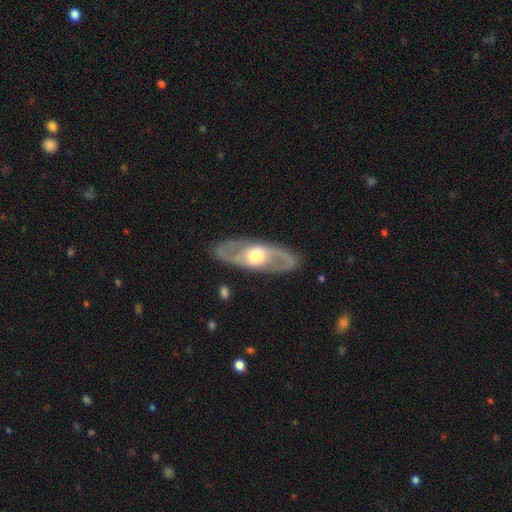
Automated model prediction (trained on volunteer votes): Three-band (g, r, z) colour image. It shows a featured or disk galaxy (76%) with no bar (70%), spiral arms (68%) and a moderate central bulge (56%). Merging: none (86%).